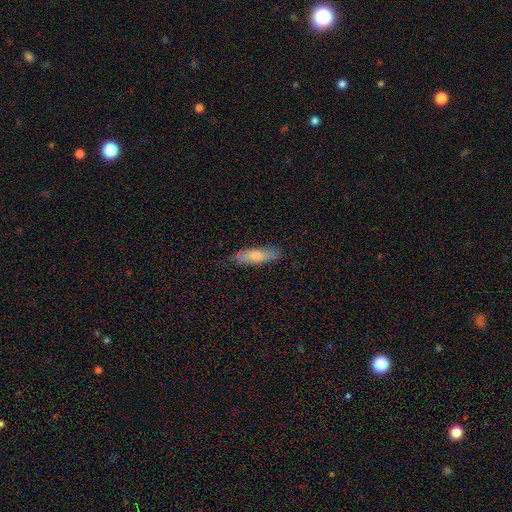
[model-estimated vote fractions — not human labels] A smooth galaxy with no disk features (70%) that is cigar-shaped (53%).

Vote fractions:
- Smooth or featured? smooth: 70% / featured or disk: 24% / star or artifact: 6%
- How rounded? cigar-shaped: 53% / in between: 45% / round: 2%
- Merging? none: 75% / minor disturbance: 20% / major disturbance: 4% / merger: 1%